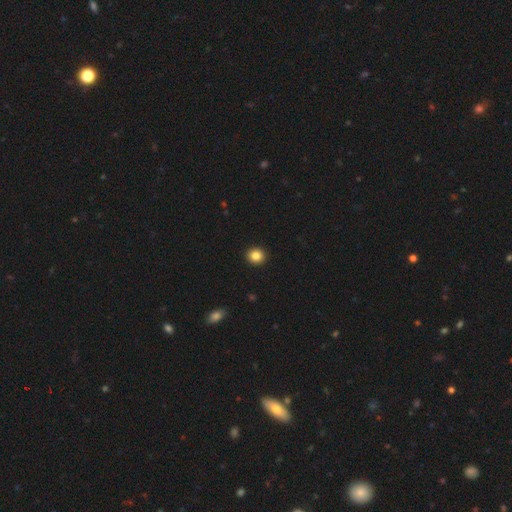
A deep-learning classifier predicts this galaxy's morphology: Smooth or featured? Predicted: smooth (p=0.85). How rounded? Predicted: round (p=0.88). Merging? Predicted: none (p=0.94).